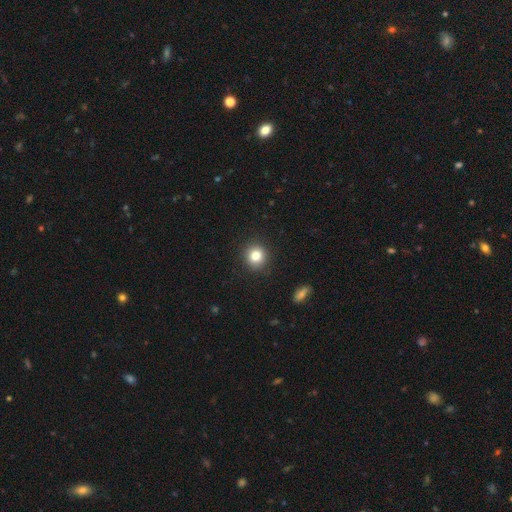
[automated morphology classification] A smooth galaxy with no disk features (81%) that is round (90%). Merging: none (91%).